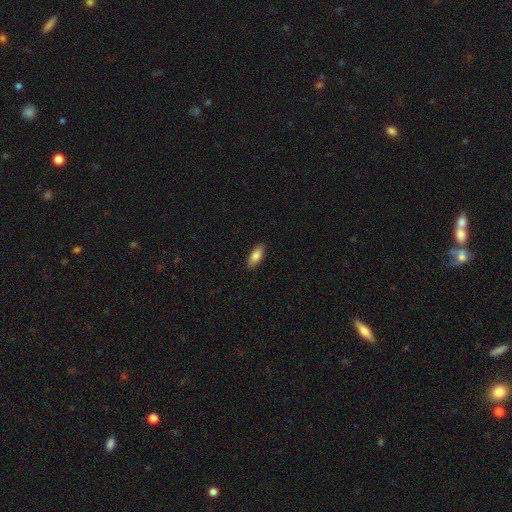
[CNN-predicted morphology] Smooth or featured: smooth — 82% (featured or disk — 12%)
How rounded: in between — 78% (cigar-shaped — 20%)
Merging: none — 89% (minor disturbance — 9%)